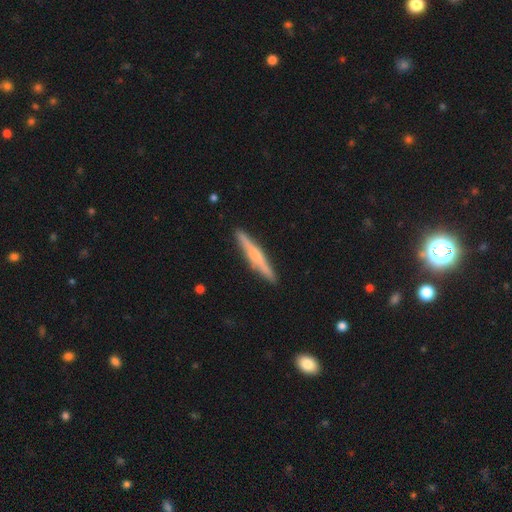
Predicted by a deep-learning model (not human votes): The model was most divided on "smooth or featured": featured or disk: 56%, smooth: 38%, star or artifact: 6%. More confident: edge-on disk — yes (97%); merging — none (91%); edge-on bulge — rounded (61%).